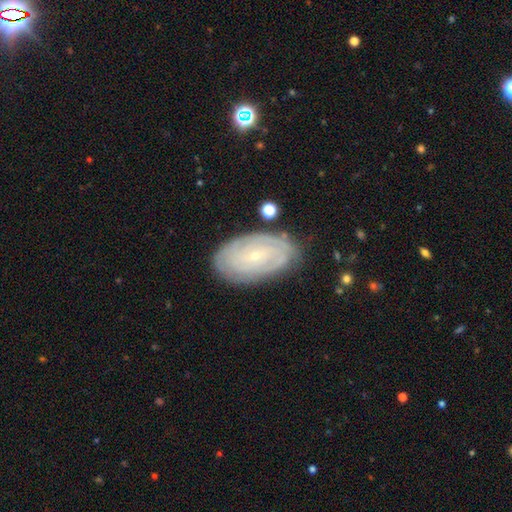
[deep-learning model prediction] smooth-or-featured: featured or disk: 74% | smooth: 19% | star or artifact: 7%
  disk-edge-on: no: 95% | yes: 5%
    bar: no: 73% | weak: 21% | strong: 6%
    has-spiral-arms: yes: 84% | no: 16%
      spiral-winding: tight: 82% | medium: 14% | loose: 4%
      spiral-arm-count: can't tell: 54% | 2: 18% | 3: 9% | 4: 9% | more than 4: 6% | 1: 4%
    bulge-size: small: 87% | moderate: 10% | none: 1% | large: 1% | dominant: 1%
  merging: none: 80% | minor disturbance: 15% | major disturbance: 3% | merger: 2%